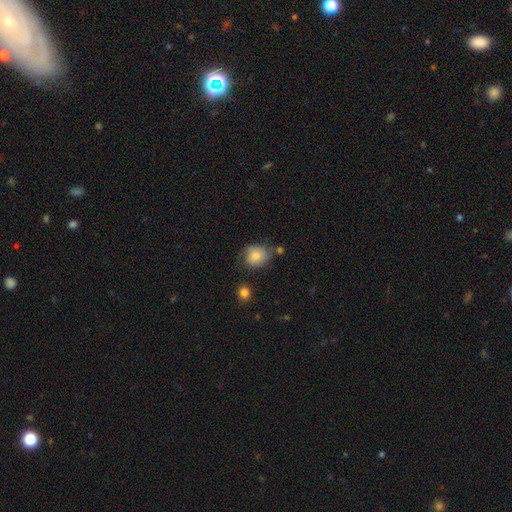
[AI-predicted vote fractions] Smooth or featured?
  - smooth: 57% *
  - featured or disk: 34%
  - star or artifact: 9%
How rounded?
  - round: 62% *
  - in between: 37%
  - cigar-shaped: 1%
Merging?
  - none: 53% *
  - minor disturbance: 28%
  - major disturbance: 13%
  - merger: 5%